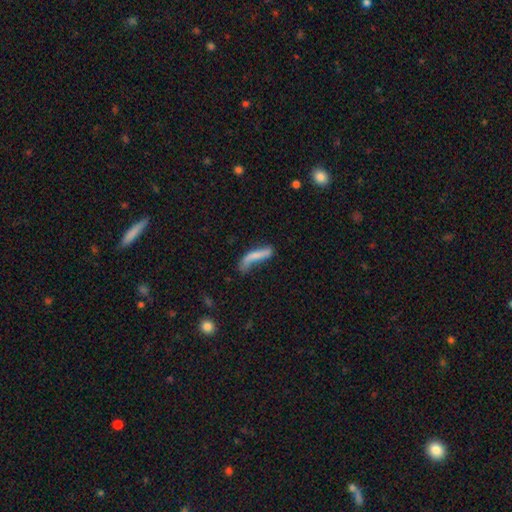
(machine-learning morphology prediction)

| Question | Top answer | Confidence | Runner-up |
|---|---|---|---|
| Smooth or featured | smooth | 62% | featured or disk (31%) |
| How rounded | cigar-shaped | 78% | in between (20%) |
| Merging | none | 35% | minor disturbance (30%) |